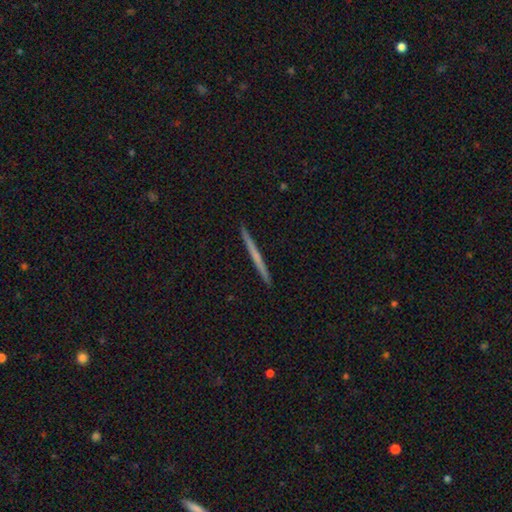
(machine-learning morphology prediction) Q: Smooth or featured?
A: featured or disk (51%); runner-up: smooth (44%)
Q: Edge-on disk?
A: yes (98%); runner-up: no (2%)
Q: Merging?
A: none (93%); runner-up: minor disturbance (4%)